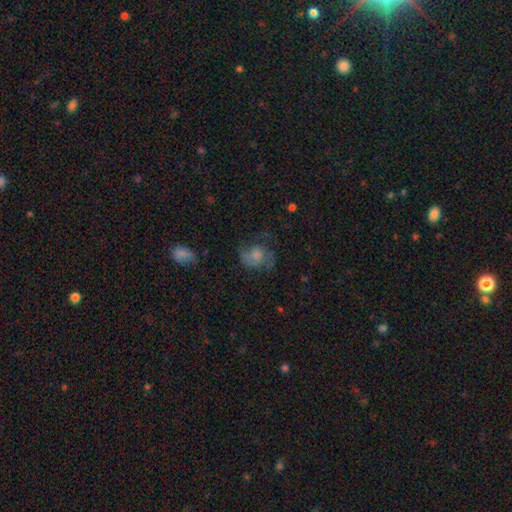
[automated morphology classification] smooth 49%, featured or disk 40%, star or artifact 11%. Down the decision tree: merging — none (46%).